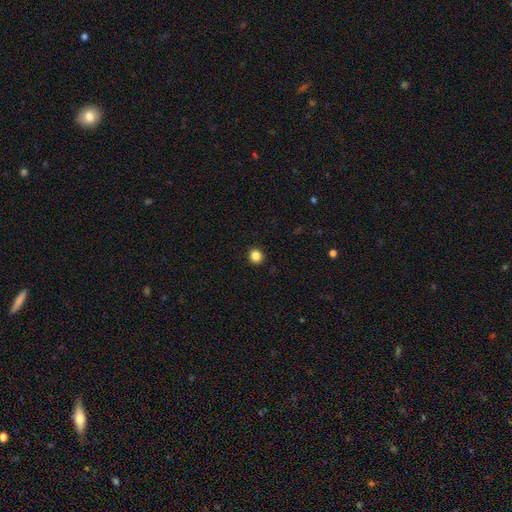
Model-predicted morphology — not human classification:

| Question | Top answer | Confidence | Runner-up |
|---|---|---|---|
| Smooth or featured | smooth | 85% | star or artifact (11%) |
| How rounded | round | 92% | in between (7%) |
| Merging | none | 93% | minor disturbance (4%) |